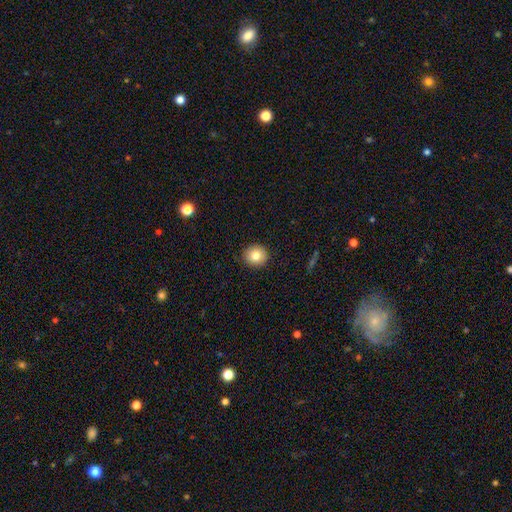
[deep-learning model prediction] The model was most divided on "smooth or featured": smooth: 80%, featured or disk: 10%, star or artifact: 10%. More confident: merging — none (92%); how rounded — round (90%).